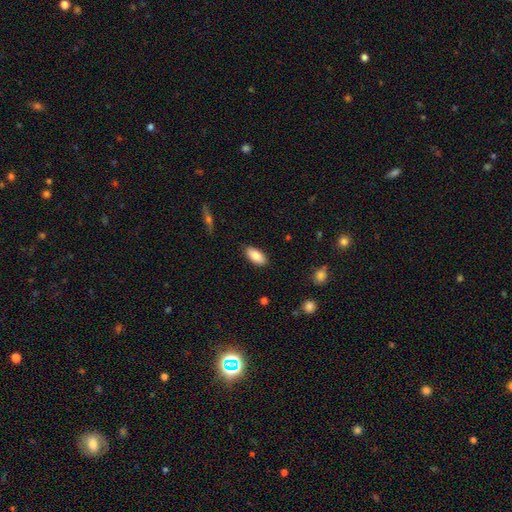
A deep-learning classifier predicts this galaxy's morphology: Smooth or featured? Predicted: smooth (p=0.84). How rounded? Predicted: in between (p=0.90). Merging? Predicted: none (p=0.87).